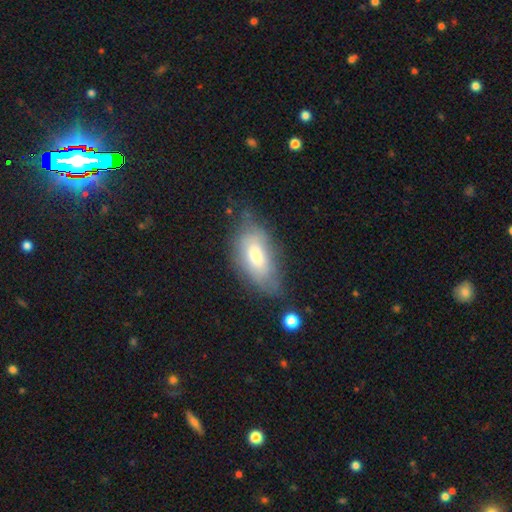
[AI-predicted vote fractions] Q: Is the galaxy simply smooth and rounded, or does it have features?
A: smooth — 64%.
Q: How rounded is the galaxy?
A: in between — 90%.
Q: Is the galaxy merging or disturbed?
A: none — 55%.